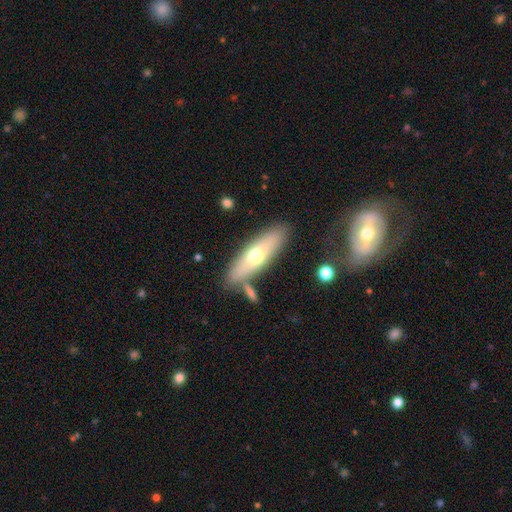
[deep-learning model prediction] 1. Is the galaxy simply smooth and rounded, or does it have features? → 57% smooth, 37% featured or disk, 6% star or artifact.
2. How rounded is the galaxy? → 55% cigar-shaped, 43% in between, 2% round.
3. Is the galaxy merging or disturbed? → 78% none, 11% minor disturbance, 8% merger, 3% major disturbance.